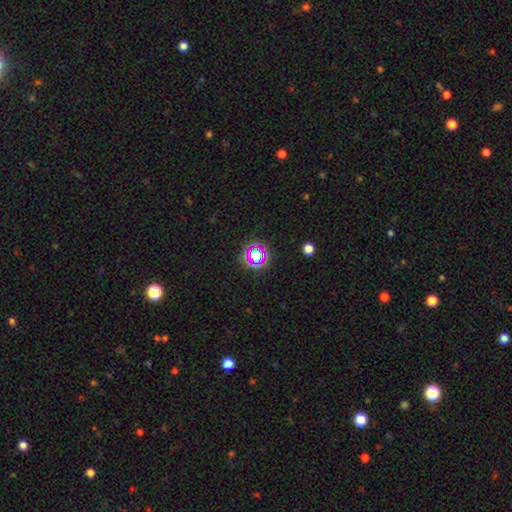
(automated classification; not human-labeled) This appears to be a star or artifact, not a galaxy (61%).